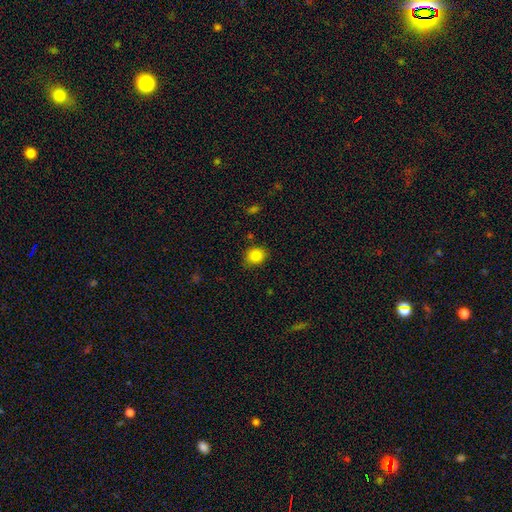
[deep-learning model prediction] Overall: smooth (85%). How rounded: round (67%; in between 32%). Merging: none (81%).